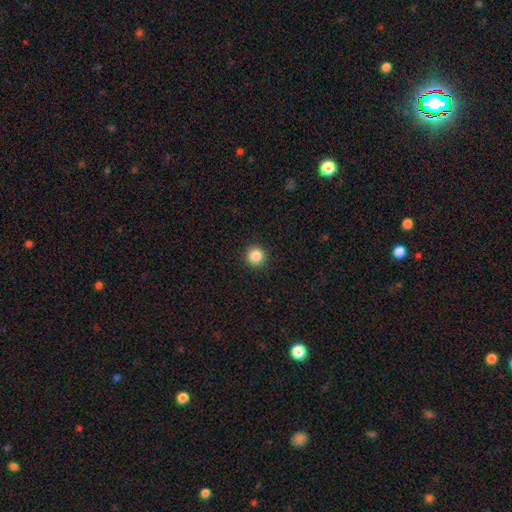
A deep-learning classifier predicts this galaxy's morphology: Q: Smooth or featured?
A: smooth (86%); runner-up: star or artifact (10%)
Q: How rounded?
A: round (95%); runner-up: in between (4%)
Q: Merging?
A: none (93%); runner-up: minor disturbance (4%)